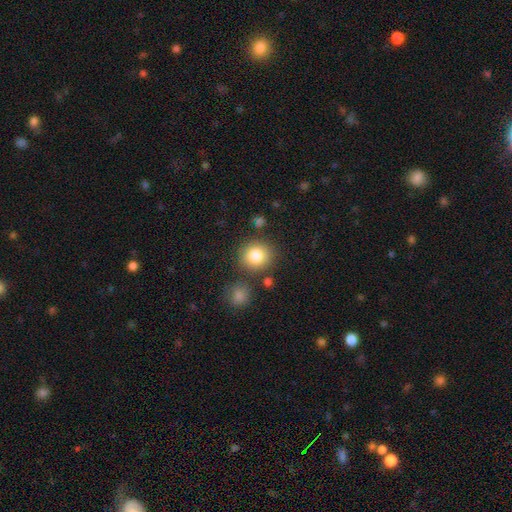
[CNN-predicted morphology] The model was most divided on "merging": none: 80%, minor disturbance: 10%, merger: 7%, major disturbance: 3%. More confident: how rounded — round (86%); smooth or featured — smooth (83%).